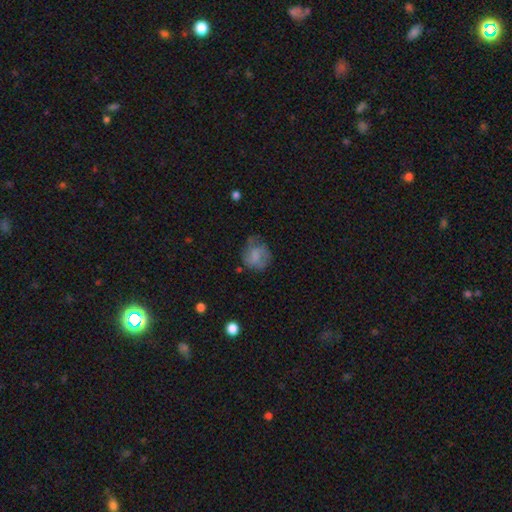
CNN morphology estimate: smooth_or_featured: smooth (p=0.66) [alt: featured or disk p=0.24]
how_rounded: round (p=0.74) [alt: in between p=0.25]
merging: none (p=0.52) [alt: minor disturbance p=0.28]